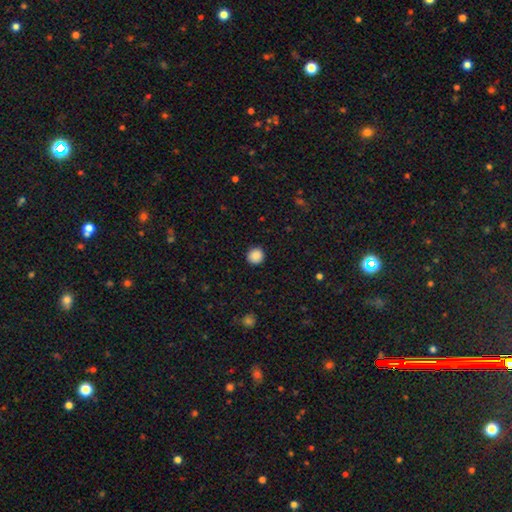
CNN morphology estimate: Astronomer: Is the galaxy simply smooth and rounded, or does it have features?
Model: smooth — 87%.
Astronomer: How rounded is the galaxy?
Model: round — 93%.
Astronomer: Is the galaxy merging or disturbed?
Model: none — 91%.